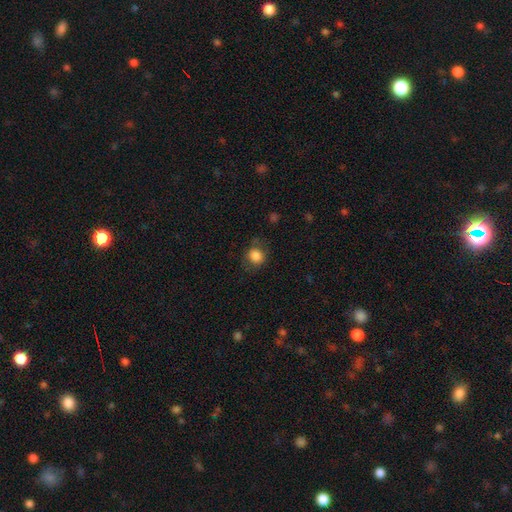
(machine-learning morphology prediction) Smooth or featured?
  - smooth: 84% *
  - star or artifact: 9%
  - featured or disk: 7%
How rounded?
  - round: 74% *
  - in between: 25%
  - cigar-shaped: 1%
Merging?
  - none: 70% *
  - minor disturbance: 20%
  - major disturbance: 8%
  - merger: 2%